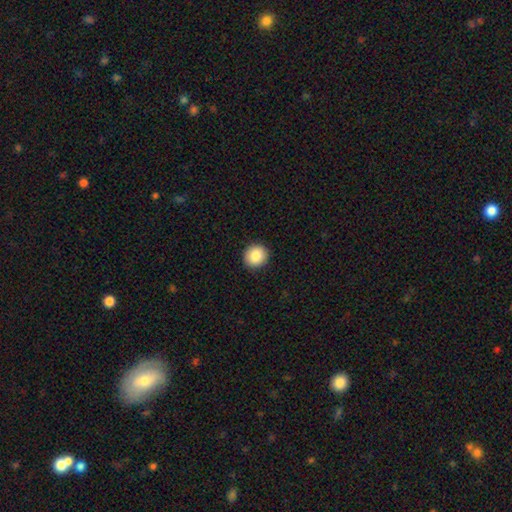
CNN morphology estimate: smooth 86%, star or artifact 8%, featured or disk 6%. Down the decision tree: how rounded — round (90%); merging — none (92%).